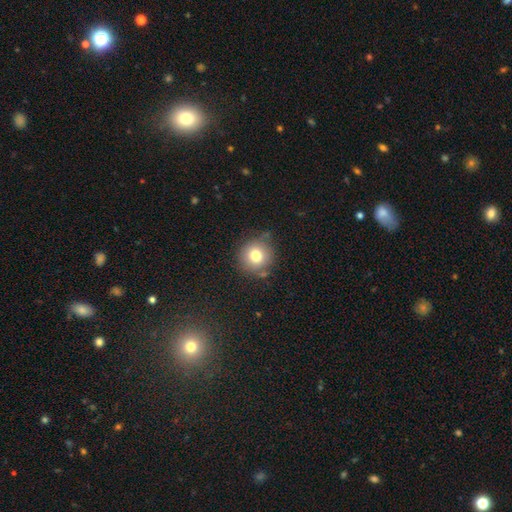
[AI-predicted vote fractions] smooth-or-featured: smooth: 76% | featured or disk: 12% | star or artifact: 12%
  how-rounded: round: 91% | in between: 8% | cigar-shaped: 1%
  merging: none: 76% | minor disturbance: 15% | major disturbance: 4% | merger: 4%